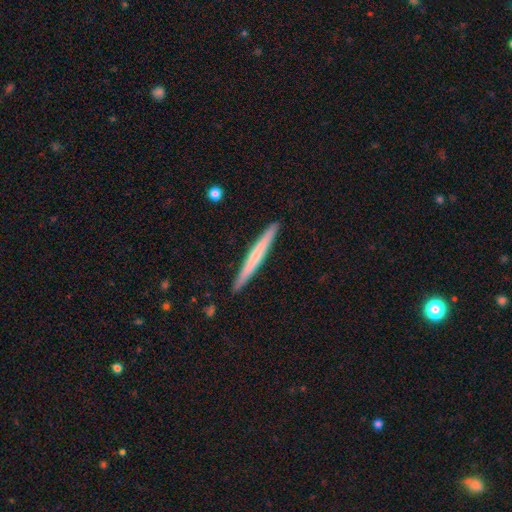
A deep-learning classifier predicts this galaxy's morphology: Q: Smooth or featured?
A: smooth (51%); runner-up: featured or disk (44%)
Q: How rounded?
A: cigar-shaped (97%); runner-up: in between (2%)
Q: Merging?
A: none (91%); runner-up: minor disturbance (6%)